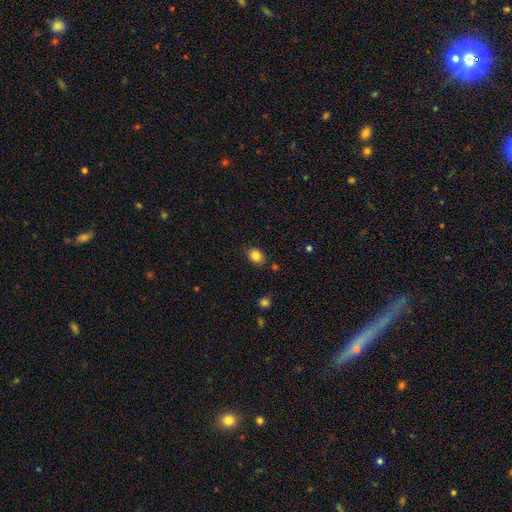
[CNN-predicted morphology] type=smooth (84%); roundness=in between (57%); merging=none (80%).